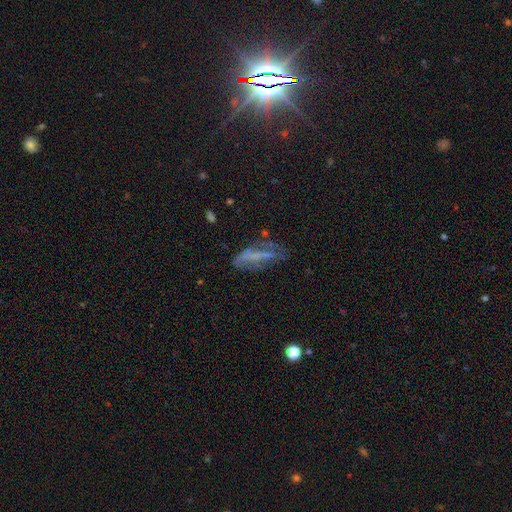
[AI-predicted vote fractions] Q: Smooth or featured?
A: featured or disk (46%); runner-up: smooth (35%)
Q: Merging?
A: none (48%); runner-up: minor disturbance (26%)